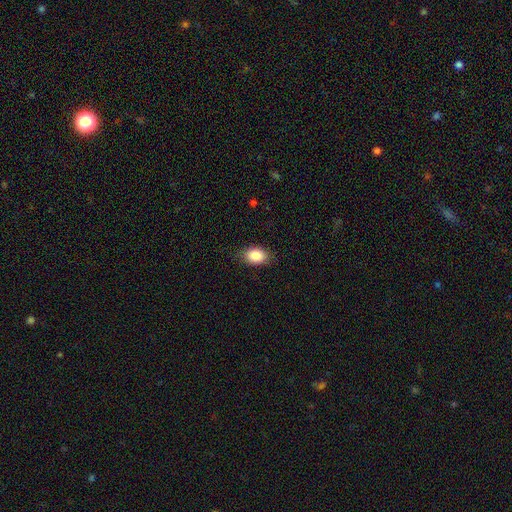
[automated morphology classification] smooth-or-featured: smooth: 86% | star or artifact: 8% | featured or disk: 6%
  how-rounded: in between: 81% | round: 18% | cigar-shaped: 1%
  merging: none: 83% | minor disturbance: 13% | major disturbance: 3% | merger: 1%